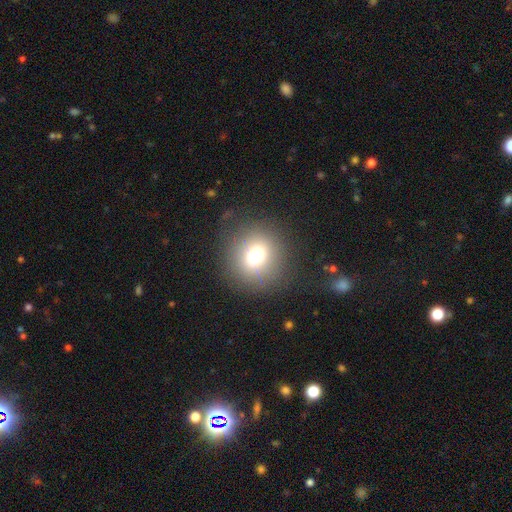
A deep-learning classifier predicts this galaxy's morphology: This appears to be a smooth galaxy with no disk features (70%) that is round (87%). Merging: none (84%).